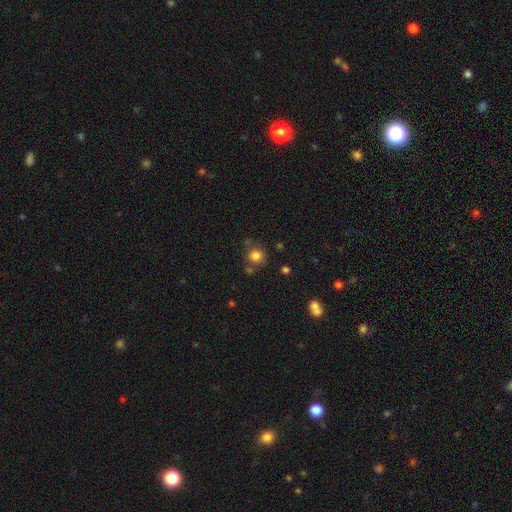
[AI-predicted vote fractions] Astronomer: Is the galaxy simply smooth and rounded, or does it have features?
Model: smooth — 81%.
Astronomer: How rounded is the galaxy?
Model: round — 89%.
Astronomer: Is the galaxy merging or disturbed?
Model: none — 71%.